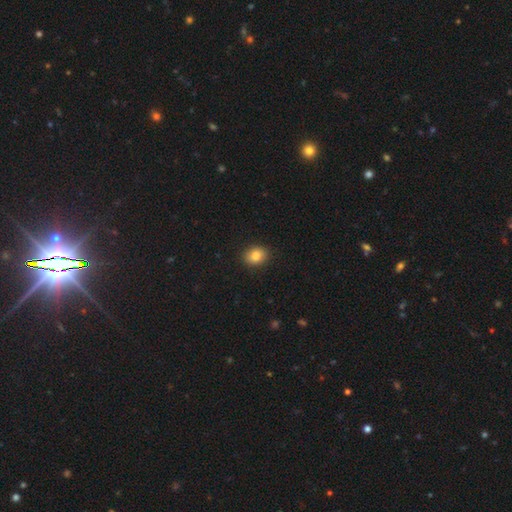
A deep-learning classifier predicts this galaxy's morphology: The model was most divided on "how rounded": in between: 55%, round: 44%, cigar-shaped: 1%. More confident: merging — none (89%); smooth or featured — smooth (84%).